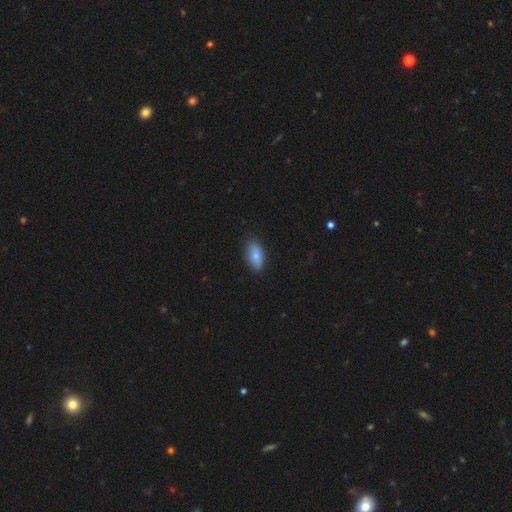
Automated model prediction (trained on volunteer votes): smooth 78%, featured or disk 15%, star or artifact 7%. Down the decision tree: how rounded — in between (89%); merging — none (85%).